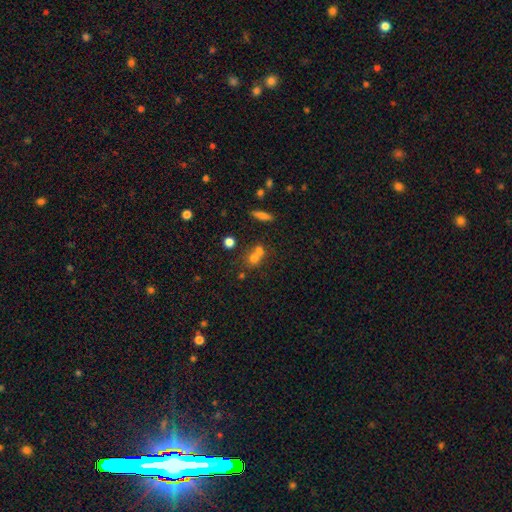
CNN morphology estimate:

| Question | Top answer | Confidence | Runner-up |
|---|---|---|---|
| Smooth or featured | smooth | 66% | featured or disk (18%) |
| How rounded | round | 61% | in between (34%) |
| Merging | merger | 53% | none (33%) |